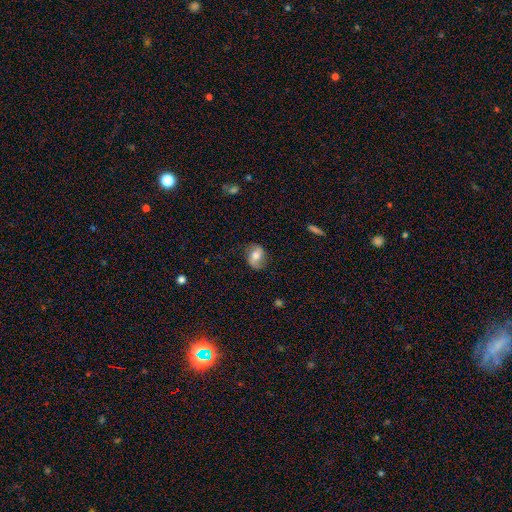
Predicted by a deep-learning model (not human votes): The model was most divided on "smooth or featured": featured or disk: 47%, smooth: 45%, star or artifact: 8%. More confident: merging — none (71%).